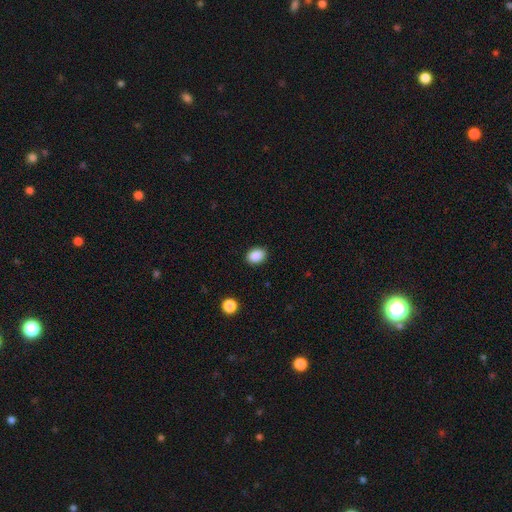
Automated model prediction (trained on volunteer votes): This appears to be a smooth galaxy with no disk features (88%) that is in between round and cigar-shaped (66%). Merging: none (90%).